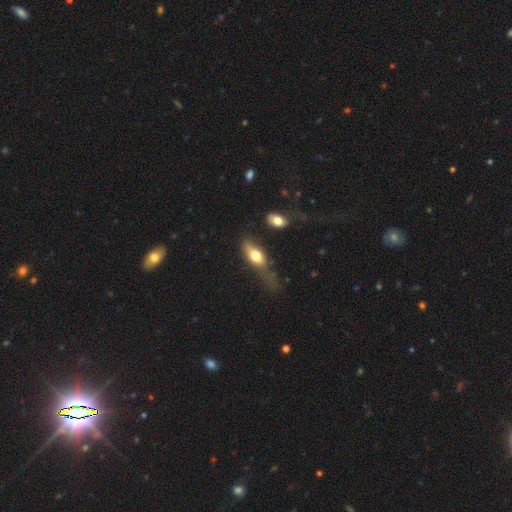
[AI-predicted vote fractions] This is likely a smooth galaxy (69%). How rounded: likely in between (75%). Merging: marginally major disturbance (34%).